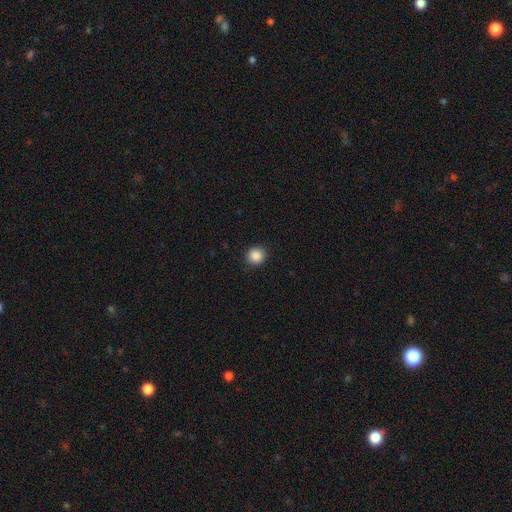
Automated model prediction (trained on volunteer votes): Q: Smooth or featured?
A: smooth (88%); runner-up: star or artifact (10%)
Q: How rounded?
A: round (91%); runner-up: in between (8%)
Q: Merging?
A: none (91%); runner-up: minor disturbance (7%)